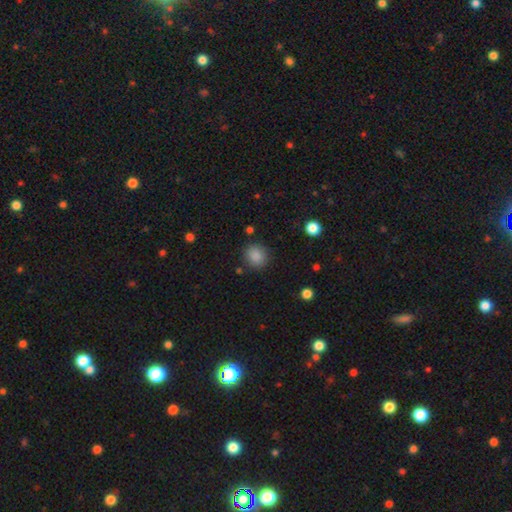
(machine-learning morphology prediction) Overall: smooth (86%). How rounded: round (82%). Merging: none (86%).